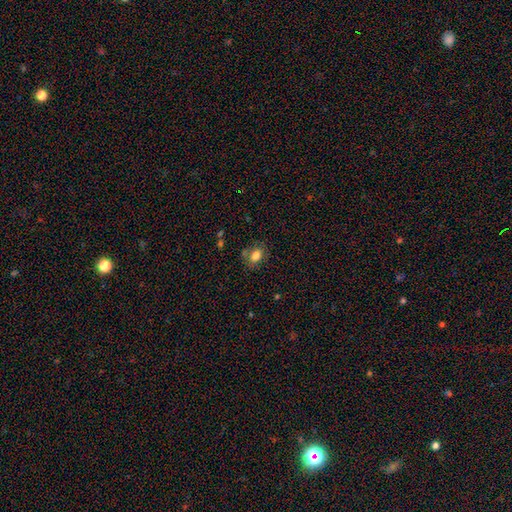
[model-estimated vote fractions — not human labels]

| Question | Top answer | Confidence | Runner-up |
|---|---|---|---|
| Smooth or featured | smooth | 80% | featured or disk (10%) |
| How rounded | in between | 74% | round (25%) |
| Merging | none | 71% | minor disturbance (17%) |